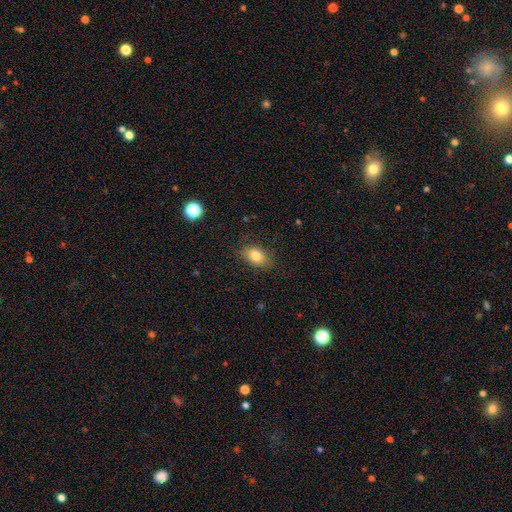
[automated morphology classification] smooth 81%, featured or disk 10%, star or artifact 9%. Down the decision tree: how rounded — in between (84%); merging — none (82%).